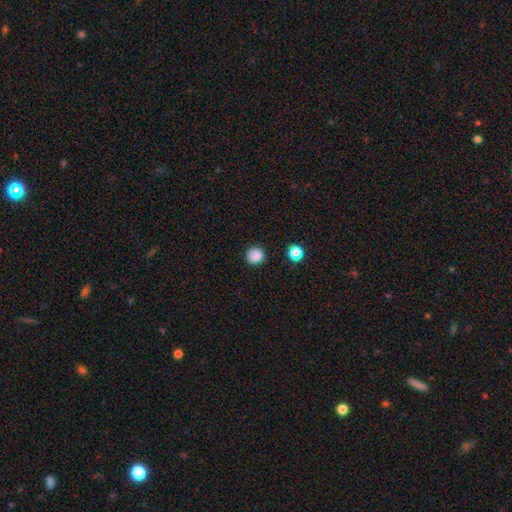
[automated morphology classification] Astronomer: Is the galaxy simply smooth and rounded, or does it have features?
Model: smooth — 86%.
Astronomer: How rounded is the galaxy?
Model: round — 92%.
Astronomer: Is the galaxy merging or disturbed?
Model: none — 88%.